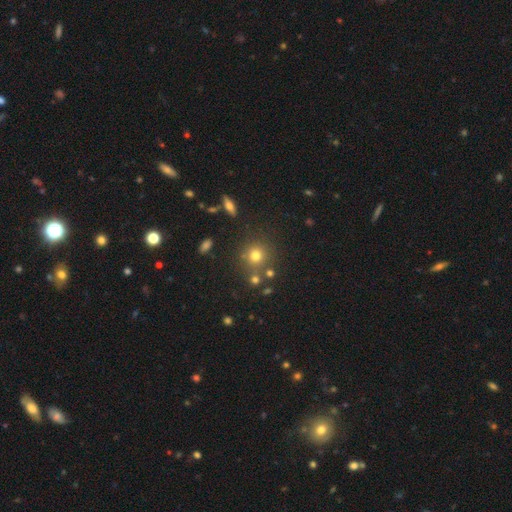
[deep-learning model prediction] Smooth or featured?
  - smooth: 73% *
  - star or artifact: 17%
  - featured or disk: 10%
How rounded?
  - round: 90% *
  - in between: 9%
  - cigar-shaped: 1%
Merging?
  - none: 76% *
  - merger: 10%
  - minor disturbance: 10%
  - major disturbance: 4%